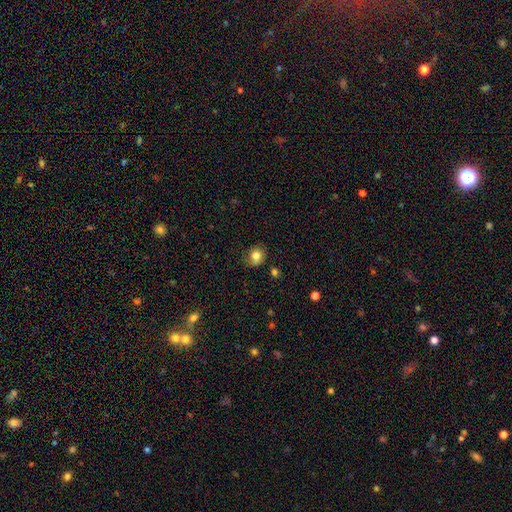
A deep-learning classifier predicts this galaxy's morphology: This is likely a smooth galaxy (79%). How rounded: likely round (67%). Merging: likely none (75%).